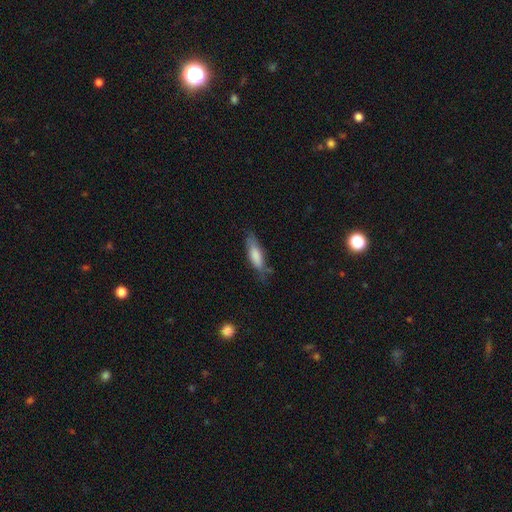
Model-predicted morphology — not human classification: Smooth or featured? Predicted: smooth (p=0.77). How rounded? Predicted: cigar-shaped (p=0.53). Merging? Predicted: none (p=0.62).